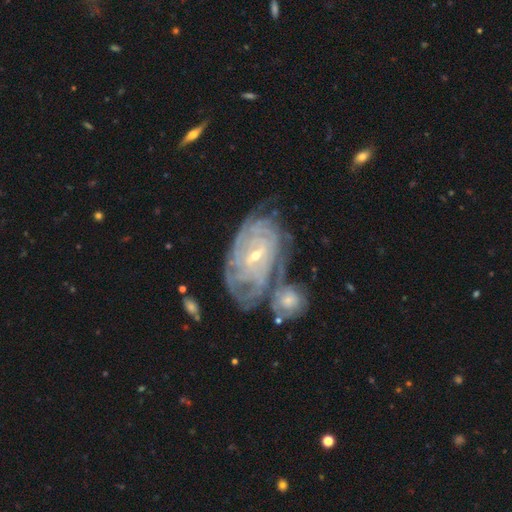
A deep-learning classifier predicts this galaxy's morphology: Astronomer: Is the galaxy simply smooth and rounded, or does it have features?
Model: featured or disk — 87%.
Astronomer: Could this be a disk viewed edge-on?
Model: no — 96%.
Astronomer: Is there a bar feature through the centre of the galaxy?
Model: weak — 51%.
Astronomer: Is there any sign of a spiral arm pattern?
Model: yes — 95%.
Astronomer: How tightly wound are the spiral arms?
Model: tight — 82%.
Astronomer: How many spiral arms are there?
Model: can't tell — 44%.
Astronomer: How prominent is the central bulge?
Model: small — 66%.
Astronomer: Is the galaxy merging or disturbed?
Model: none — 48% (runner-up: merger, 27%).